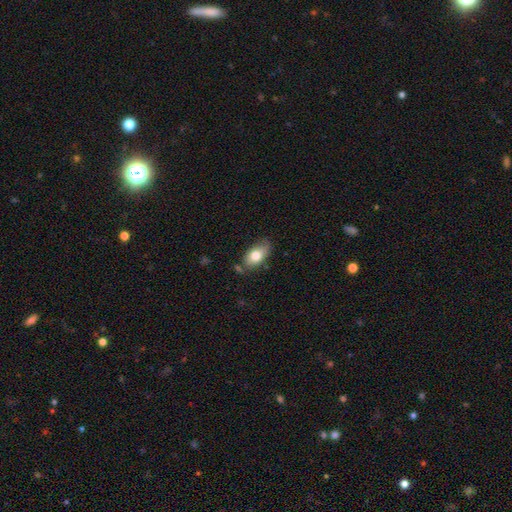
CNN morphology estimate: type=smooth (77%); roundness=in between (91%); merging=none (70%).